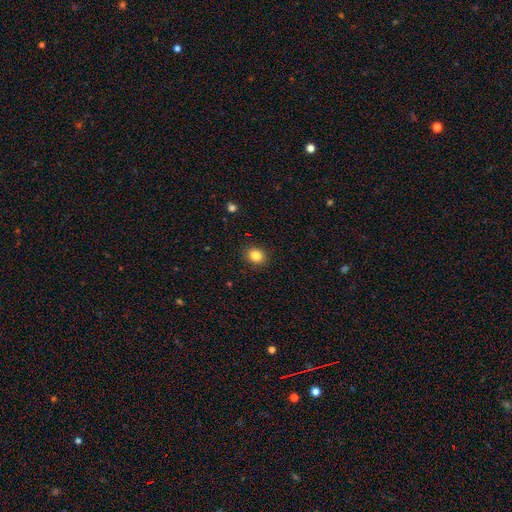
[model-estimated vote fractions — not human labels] Smooth or featured?
  - smooth: 85% *
  - star or artifact: 10%
  - featured or disk: 5%
How rounded?
  - round: 60% *
  - in between: 40%
  - cigar-shaped: 1%
Merging?
  - none: 89% *
  - minor disturbance: 8%
  - major disturbance: 2%
  - merger: 1%